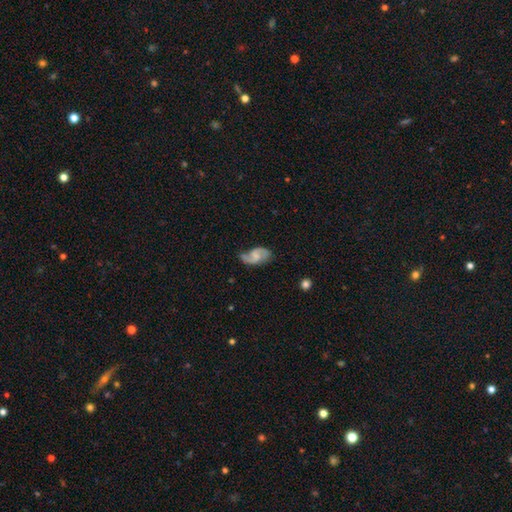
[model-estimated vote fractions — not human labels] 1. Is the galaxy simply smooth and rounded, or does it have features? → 78% featured or disk, 16% smooth, 6% star or artifact.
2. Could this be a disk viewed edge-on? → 97% no, 3% yes.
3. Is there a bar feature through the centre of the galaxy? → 48% weak, 41% no, 11% strong.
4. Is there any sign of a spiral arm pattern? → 95% yes, 5% no.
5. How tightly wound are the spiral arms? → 45% medium, 40% loose, 15% tight.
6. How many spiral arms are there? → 89% 2, 5% 1, 4% can't tell, 1% 3, 1% 4, 1% more than 4.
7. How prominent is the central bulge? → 41% none, 31% small, 22% moderate, 4% large, 1% dominant.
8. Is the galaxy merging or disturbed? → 68% none, 21% minor disturbance, 8% major disturbance, 2% merger.